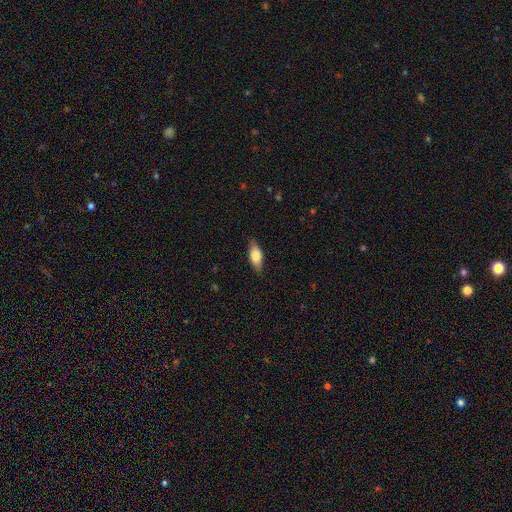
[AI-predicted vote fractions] Smooth or featured? Predicted: smooth (p=0.74). How rounded? Predicted: in between (p=0.77). Merging? Predicted: none (p=0.85).